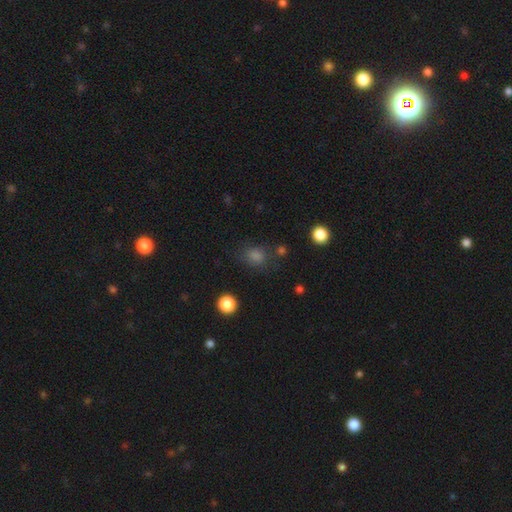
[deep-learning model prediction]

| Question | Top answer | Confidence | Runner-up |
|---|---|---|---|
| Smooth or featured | smooth | 73% | star or artifact (21%) |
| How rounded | round | 62% | in between (36%) |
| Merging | none | 76% | minor disturbance (13%) |